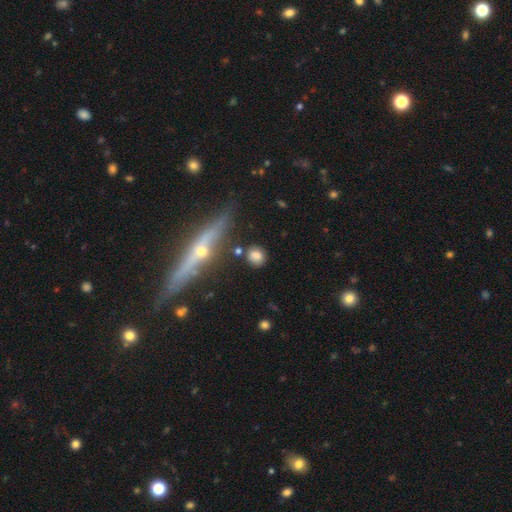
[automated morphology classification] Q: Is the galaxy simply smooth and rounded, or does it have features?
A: smooth — 77%.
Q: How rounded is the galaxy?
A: round — 78%.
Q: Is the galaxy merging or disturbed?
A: none — 79%.